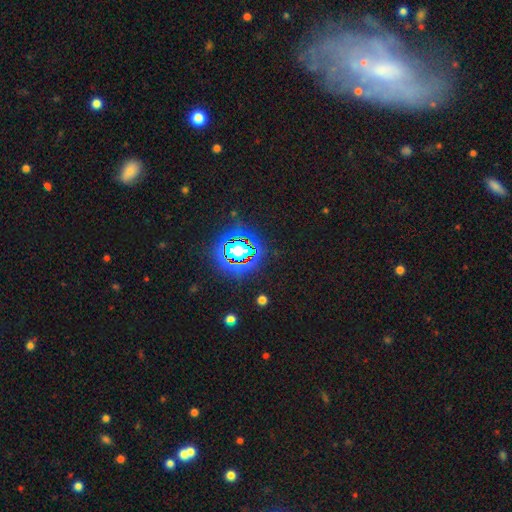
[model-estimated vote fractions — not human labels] Q: Smooth or featured?
A: star or artifact (51%); runner-up: featured or disk (31%)